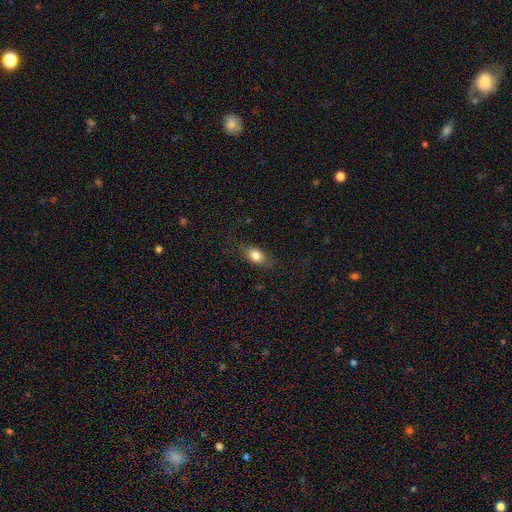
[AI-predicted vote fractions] A smooth galaxy with no disk features (79%) that is in between round and cigar-shaped (79%). Merging: none (77%).